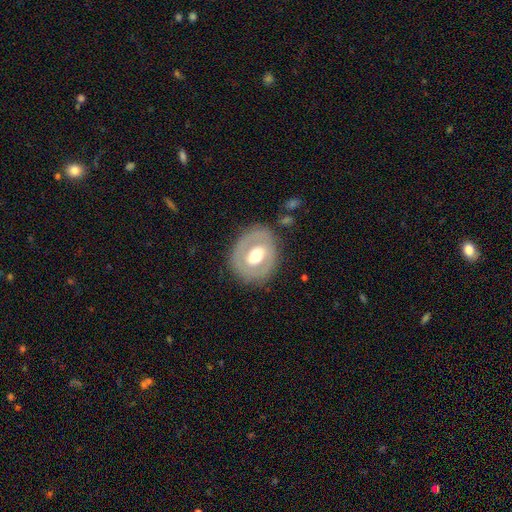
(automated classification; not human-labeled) featured or disk 58%, smooth 36%, star or artifact 6%. Down the decision tree: edge-on disk — no (94%); bar — no (52%); spiral arms — no (77%); bulge size — moderate (62%); merging — none (78%).